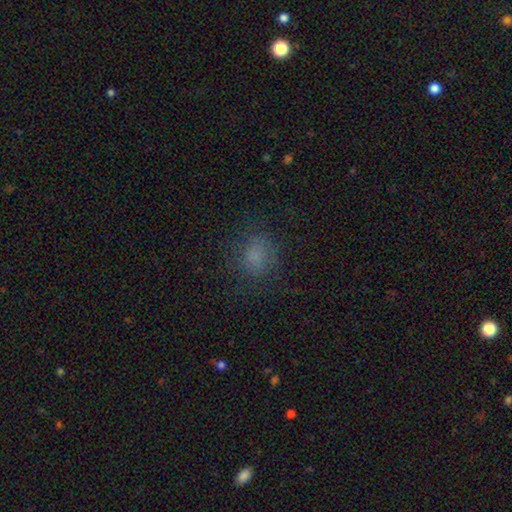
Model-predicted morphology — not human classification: smooth_or_featured: smooth (p=0.75) [alt: star or artifact p=0.16]
how_rounded: round (p=0.64) [alt: in between p=0.34]
merging: none (p=0.75) [alt: minor disturbance p=0.15]